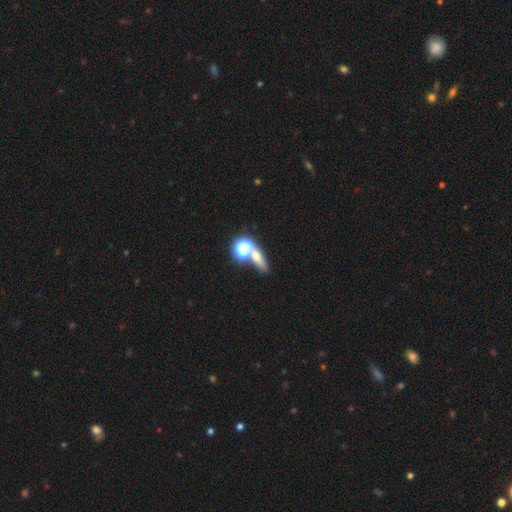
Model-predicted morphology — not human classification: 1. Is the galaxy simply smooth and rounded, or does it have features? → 53% smooth, 27% star or artifact, 20% featured or disk.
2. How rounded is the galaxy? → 38% round, 33% in between, 29% cigar-shaped.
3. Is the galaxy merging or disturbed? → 55% none, 29% merger, 10% minor disturbance, 6% major disturbance.